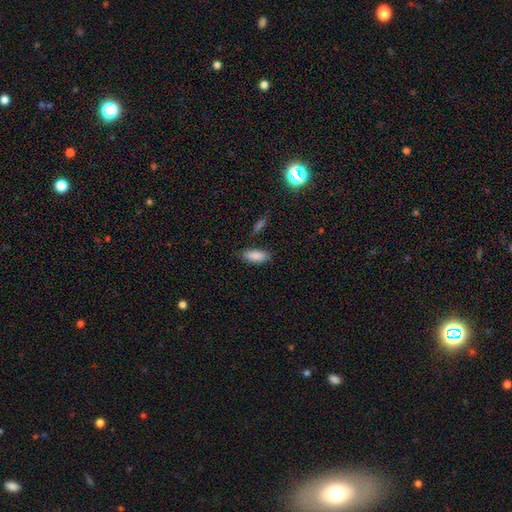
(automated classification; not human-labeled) Smooth or featured? Predicted: smooth (p=0.87). How rounded? Predicted: in between (p=0.82). Merging? Predicted: none (p=0.83).